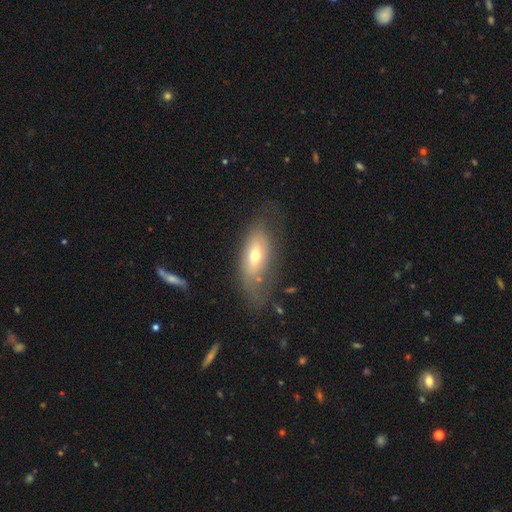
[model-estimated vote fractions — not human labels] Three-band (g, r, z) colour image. It shows a smooth galaxy with no disk features (60%) that is in between round and cigar-shaped (81%). Merging: none (53%).